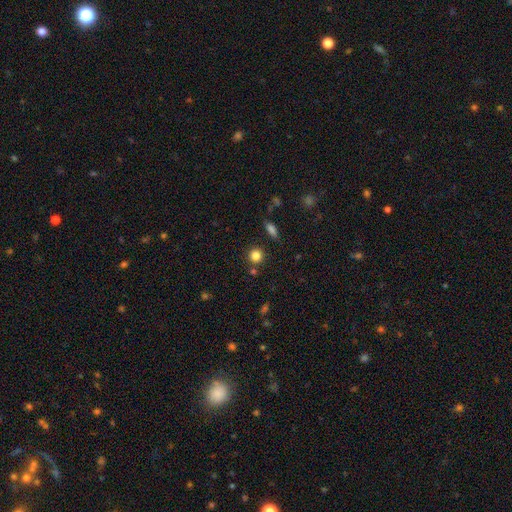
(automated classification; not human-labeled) Smooth or featured?
  - smooth: 82% *
  - star or artifact: 12%
  - featured or disk: 5%
How rounded?
  - round: 91% *
  - in between: 8%
  - cigar-shaped: 1%
Merging?
  - none: 84% *
  - minor disturbance: 8%
  - merger: 6%
  - major disturbance: 3%